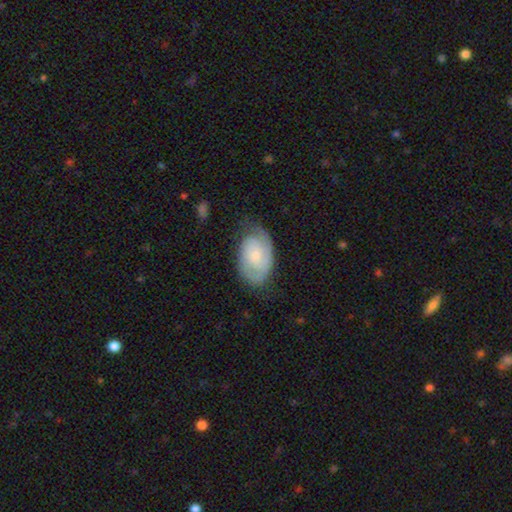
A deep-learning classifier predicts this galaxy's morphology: smooth_or_featured: featured or disk (p=0.63) [alt: smooth p=0.32]
disk_edge_on: no (p=0.96) [alt: yes p=0.04]
bar: no (p=0.70) [alt: weak p=0.26]
has_spiral_arms: yes (p=0.89) [alt: no p=0.11]
spiral_winding: tight (p=0.56) [alt: medium p=0.33]
spiral_arm_count: 2 (p=0.50) [alt: can't tell p=0.23]
bulge_size: small (p=0.47) [alt: moderate p=0.33]
merging: none (p=0.62) [alt: minor disturbance p=0.26]